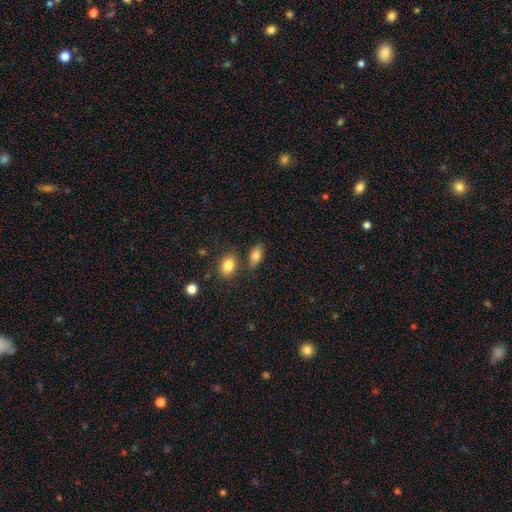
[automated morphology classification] Smooth or featured?
  - smooth: 82% *
  - featured or disk: 9%
  - star or artifact: 9%
How rounded?
  - in between: 87% *
  - round: 8%
  - cigar-shaped: 5%
Merging?
  - none: 71% *
  - minor disturbance: 14%
  - merger: 11%
  - major disturbance: 4%